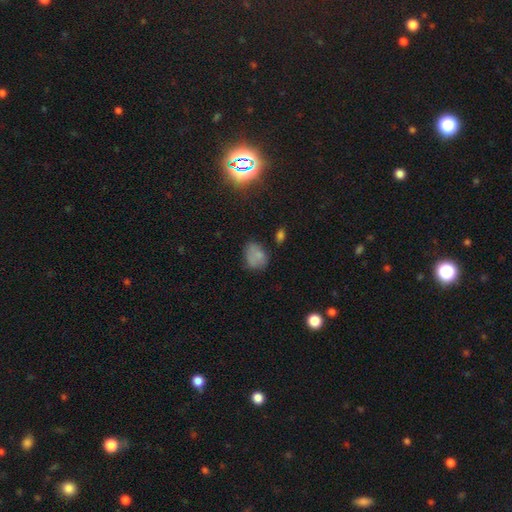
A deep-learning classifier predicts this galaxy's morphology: The model was most divided on "merging": none: 51%, minor disturbance: 29%, major disturbance: 11%, merger: 9%. More confident: smooth or featured — smooth (73%); how rounded — in between (65%).